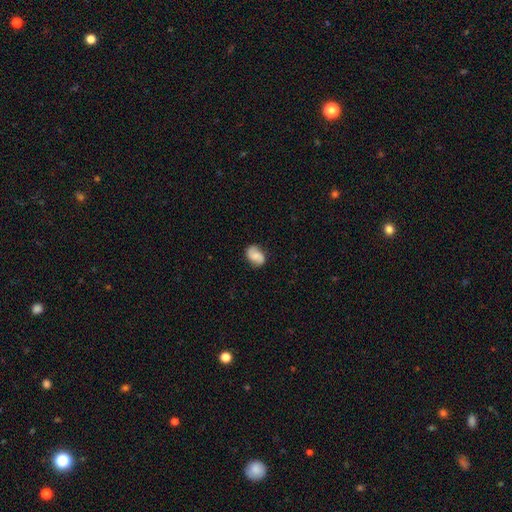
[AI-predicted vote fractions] Smooth or featured: smooth — 49% (featured or disk — 43%)
Merging: none — 76% (minor disturbance — 17%)